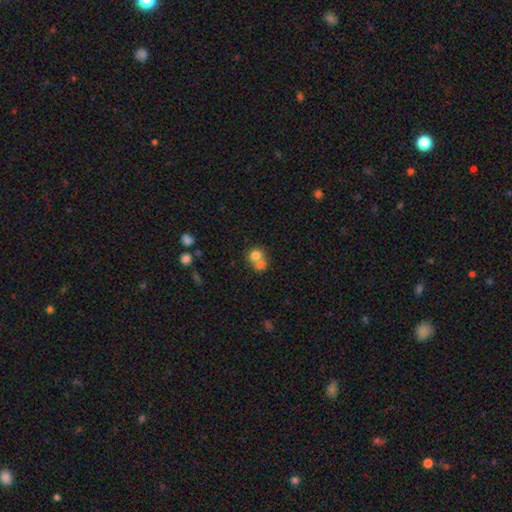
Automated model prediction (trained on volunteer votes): smooth-or-featured: smooth: 74% | featured or disk: 15% | star or artifact: 11%
  how-rounded: round: 76% | in between: 23% | cigar-shaped: 1%
  merging: merger: 61% | none: 30% | minor disturbance: 6% | major disturbance: 3%